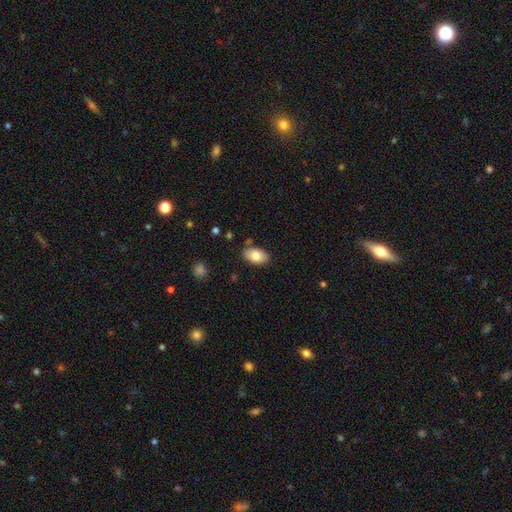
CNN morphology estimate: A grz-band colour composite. It shows a smooth galaxy with no disk features (79%) that is in between round and cigar-shaped (93%). Merging: none (84%).